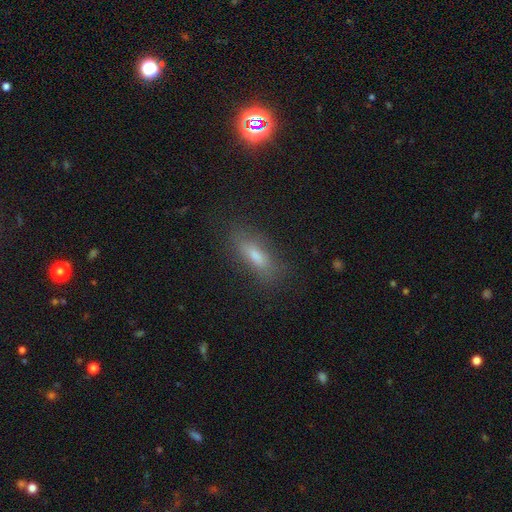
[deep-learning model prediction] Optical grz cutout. It shows a smooth galaxy with no disk features (69%) that is in between round and cigar-shaped (56%). Merging: none (76%).